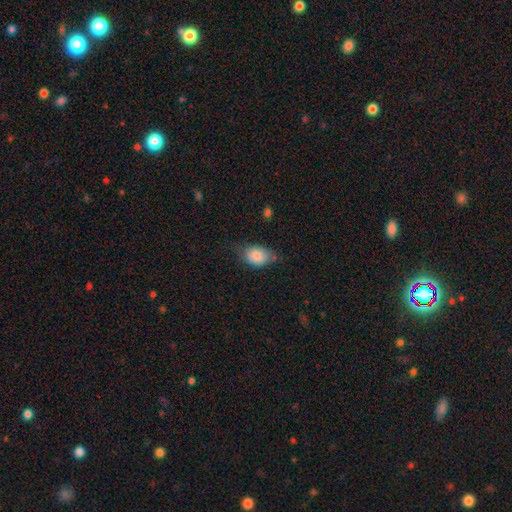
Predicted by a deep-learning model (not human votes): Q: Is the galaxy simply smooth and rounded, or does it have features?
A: smooth — 83%.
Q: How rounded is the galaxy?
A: in between — 82%.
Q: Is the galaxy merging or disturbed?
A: none — 54%.